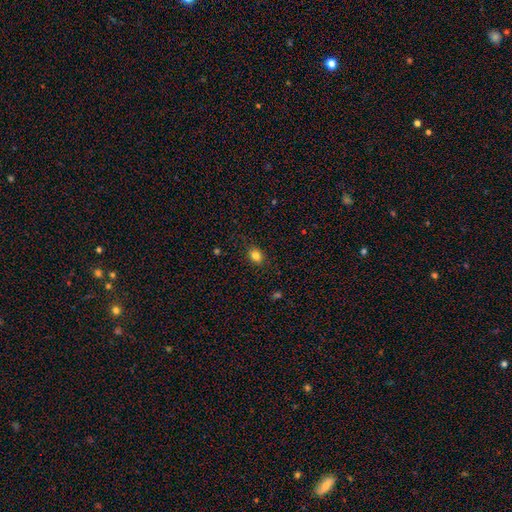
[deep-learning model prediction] Morphology: type=smooth (82%); roundness=in between (58%); merging=none (86%).